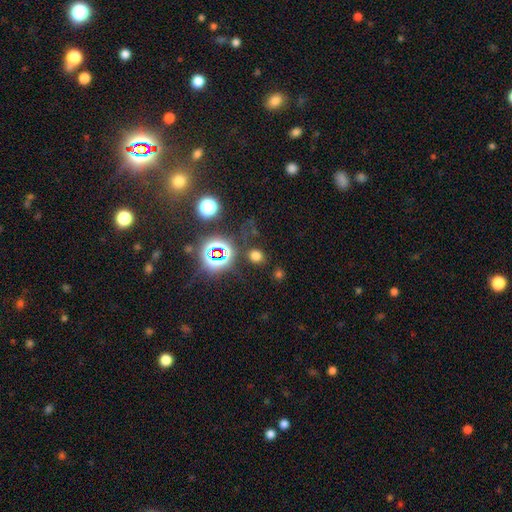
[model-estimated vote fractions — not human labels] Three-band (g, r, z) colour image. It shows a smooth galaxy with no disk features (63%) that is round (75%). Merging: none (79%).